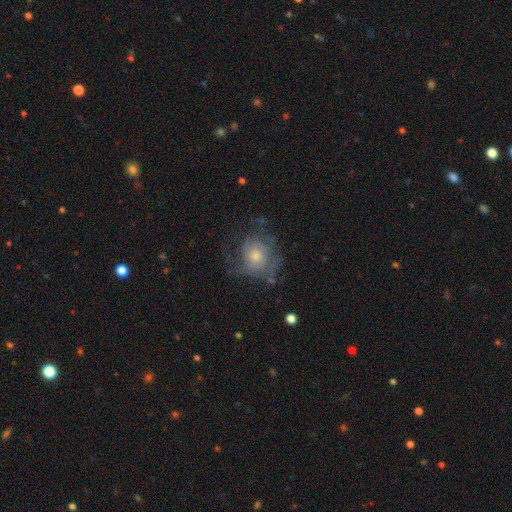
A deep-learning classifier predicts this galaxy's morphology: A featured or disk galaxy (55%) with no bar (83%), spiral arms (67%) and a moderate central bulge (49%).

Vote fractions:
- Smooth or featured? featured or disk: 55% / smooth: 34% / star or artifact: 11%
- Edge-on disk? no: 96% / yes: 4%
- Bar? no: 83% / weak: 15% / strong: 2%
- Spiral arms? yes: 67% / no: 33%
- Bulge size? moderate: 49% / small: 40% / large: 6% / none: 2% / dominant: 1%
- Merging? none: 55% / major disturbance: 22% / minor disturbance: 21% / merger: 2%